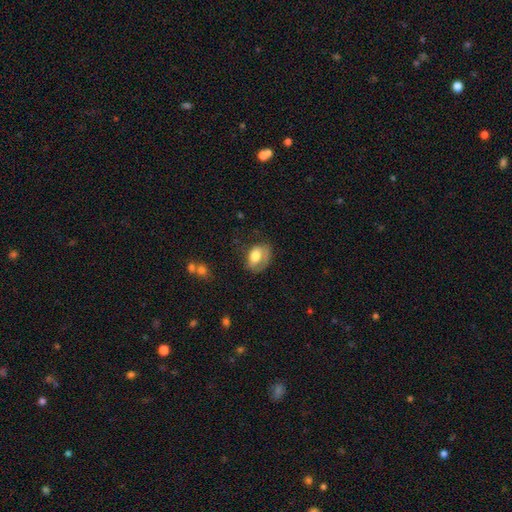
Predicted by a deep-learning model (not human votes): smooth_or_featured: smooth (p=0.66) [alt: featured or disk p=0.26]
how_rounded: in between (p=0.76) [alt: round p=0.23]
merging: none (p=0.45) [alt: minor disturbance p=0.31]